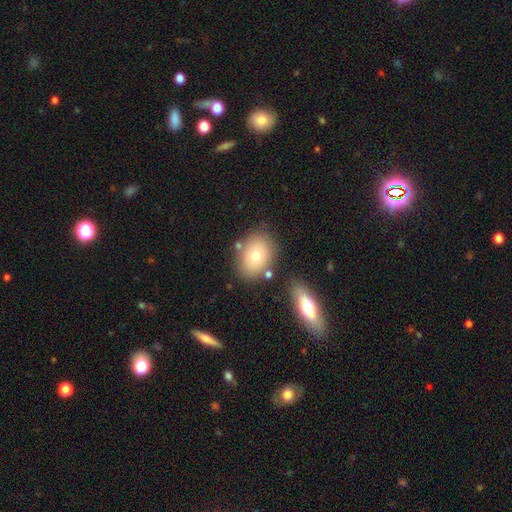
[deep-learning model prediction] smooth 73%, featured or disk 18%, star or artifact 9%. Down the decision tree: how rounded — in between (68%); merging — none (75%).